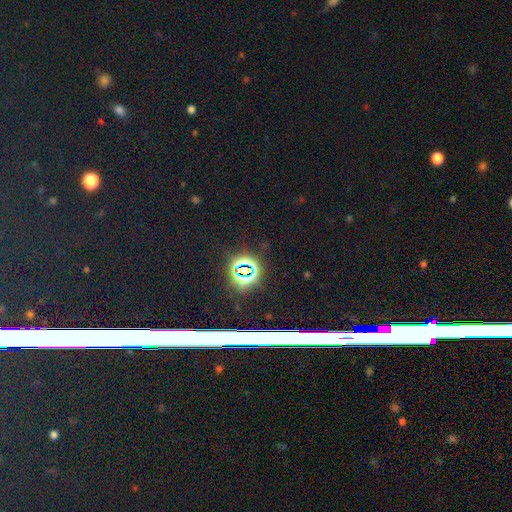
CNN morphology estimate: smooth-or-featured: star or artifact: 74% | smooth: 16% | featured or disk: 9%